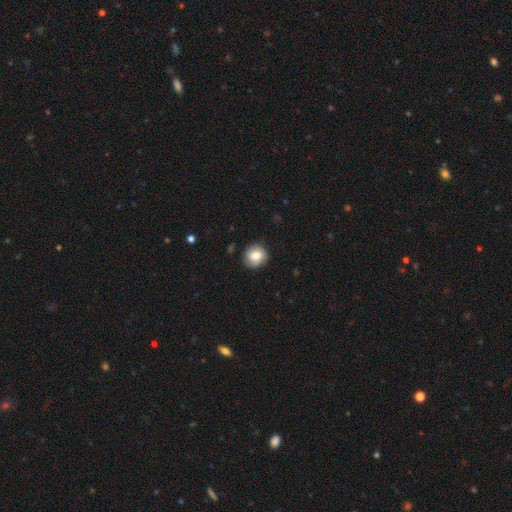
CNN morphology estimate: Q: Smooth or featured?
A: smooth (74%); runner-up: featured or disk (18%)
Q: How rounded?
A: round (83%); runner-up: in between (16%)
Q: Merging?
A: none (82%); runner-up: minor disturbance (13%)